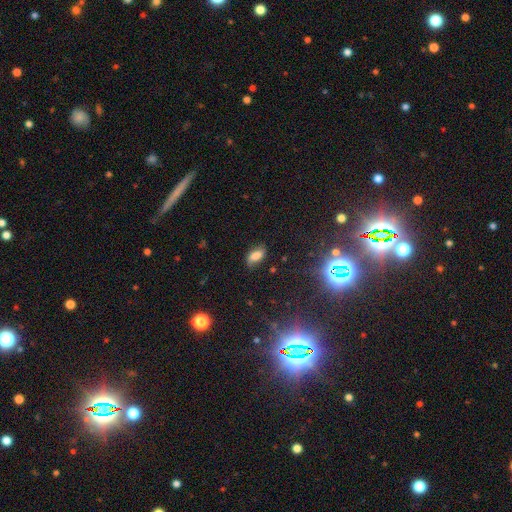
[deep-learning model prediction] Smooth or featured?
  - smooth: 68% *
  - featured or disk: 19%
  - star or artifact: 13%
How rounded?
  - in between: 87% *
  - cigar-shaped: 8%
  - round: 5%
Merging?
  - none: 70% *
  - minor disturbance: 22%
  - major disturbance: 6%
  - merger: 2%